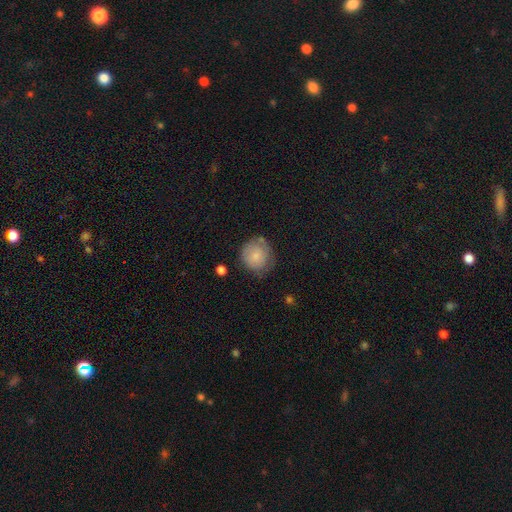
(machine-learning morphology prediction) Smooth or featured: smooth — 73% (featured or disk — 20%)
How rounded: round — 85% (in between — 14%)
Merging: none — 62% (minor disturbance — 26%)